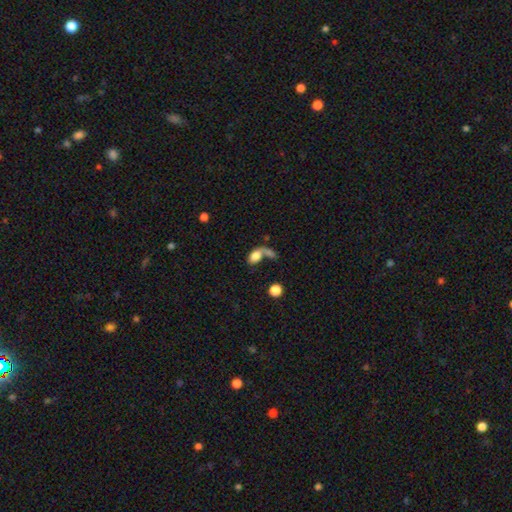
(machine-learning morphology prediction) Smooth or featured: smooth — 67% (featured or disk — 23%)
How rounded: in between — 83% (round — 13%)
Merging: merger — 42% (none — 24%)